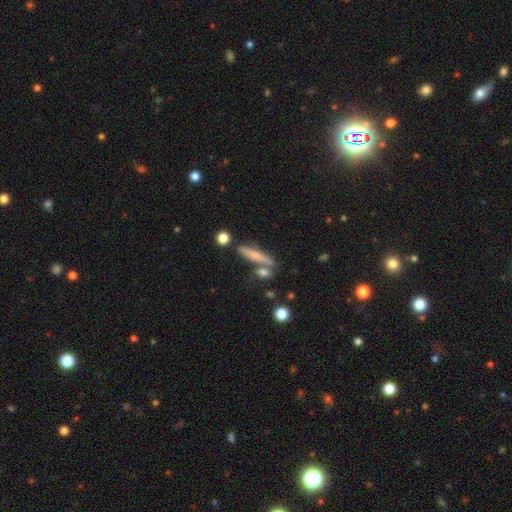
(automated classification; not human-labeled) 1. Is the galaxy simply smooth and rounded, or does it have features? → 66% smooth, 27% featured or disk, 8% star or artifact.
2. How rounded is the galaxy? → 88% cigar-shaped, 9% in between, 3% round.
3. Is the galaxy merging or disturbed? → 71% none, 13% merger, 12% minor disturbance, 4% major disturbance.